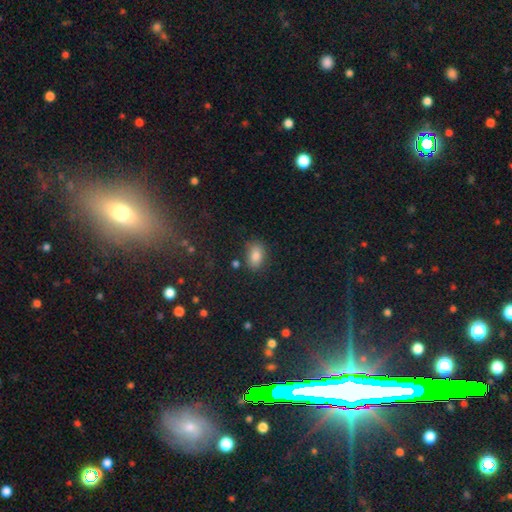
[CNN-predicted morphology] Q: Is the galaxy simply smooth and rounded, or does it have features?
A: smooth — 80%.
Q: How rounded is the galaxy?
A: in between — 79%.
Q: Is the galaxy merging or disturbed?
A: none — 76%.